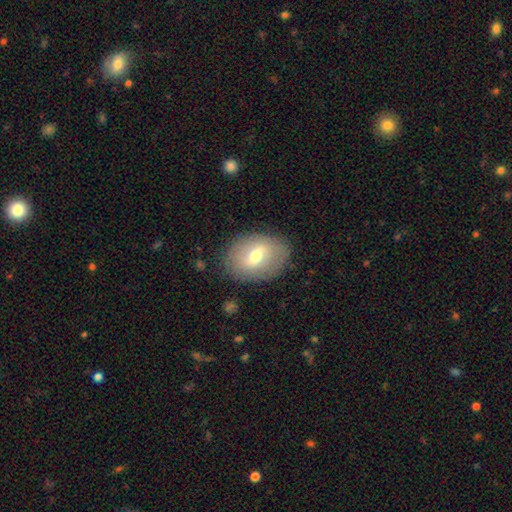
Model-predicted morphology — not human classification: A smooth galaxy with no disk features (55%) that is in between round and cigar-shaped (73%).

Vote fractions:
- Smooth or featured? smooth: 55% / featured or disk: 37% / star or artifact: 8%
- How rounded? in between: 73% / round: 26% / cigar-shaped: 1%
- Merging? none: 82% / minor disturbance: 12% / major disturbance: 4% / merger: 1%